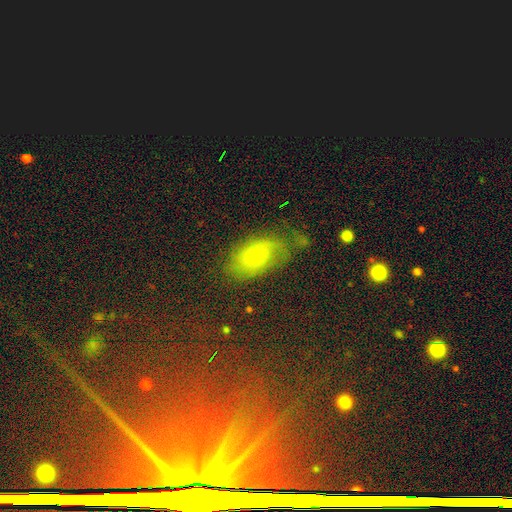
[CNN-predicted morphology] smooth-or-featured: smooth: 55% | featured or disk: 27% | star or artifact: 18%
  how-rounded: in between: 89% | round: 7% | cigar-shaped: 4%
  merging: none: 56% | minor disturbance: 27% | major disturbance: 14% | merger: 4%